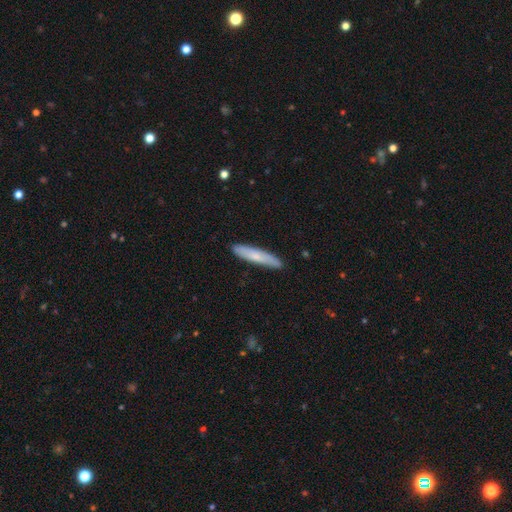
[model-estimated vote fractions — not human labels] smooth-or-featured: smooth: 69% | featured or disk: 25% | star or artifact: 6%
  how-rounded: cigar-shaped: 90% | in between: 8% | round: 1%
  merging: none: 88% | minor disturbance: 9% | major disturbance: 2% | merger: 1%